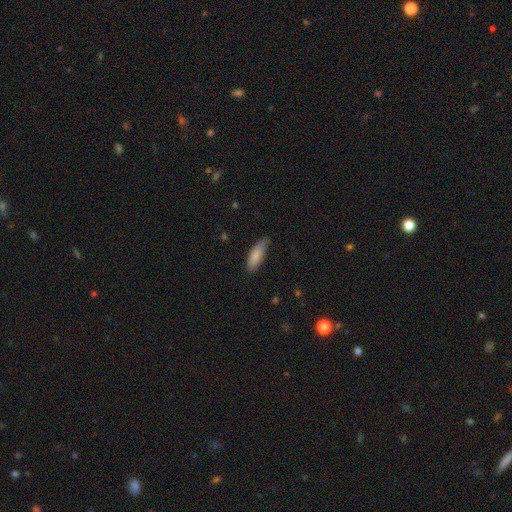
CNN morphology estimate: Smooth or featured: smooth — 84% (featured or disk — 10%)
How rounded: in between — 63% (cigar-shaped — 36%)
Merging: none — 69% (minor disturbance — 26%)